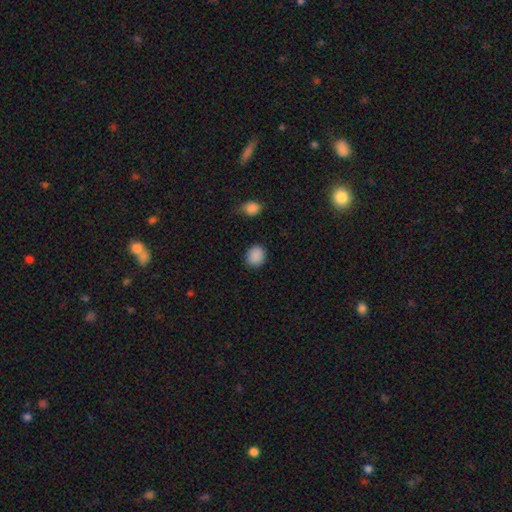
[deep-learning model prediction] This appears to be a smooth galaxy with no disk features (88%) that is round (65%). Merging: none (84%).